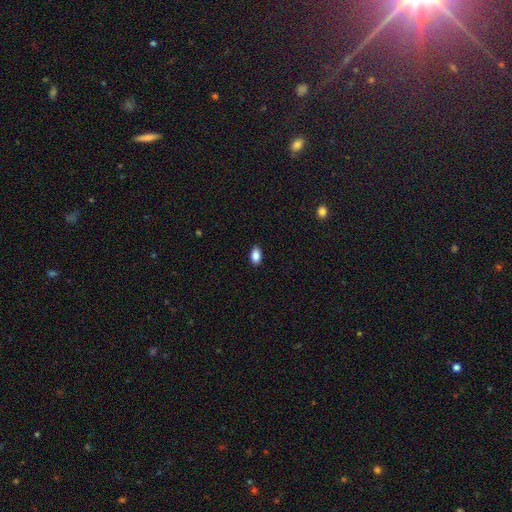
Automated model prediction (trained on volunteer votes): Q: Smooth or featured?
A: smooth (88%); runner-up: star or artifact (8%)
Q: How rounded?
A: in between (91%); runner-up: round (7%)
Q: Merging?
A: none (88%); runner-up: minor disturbance (9%)